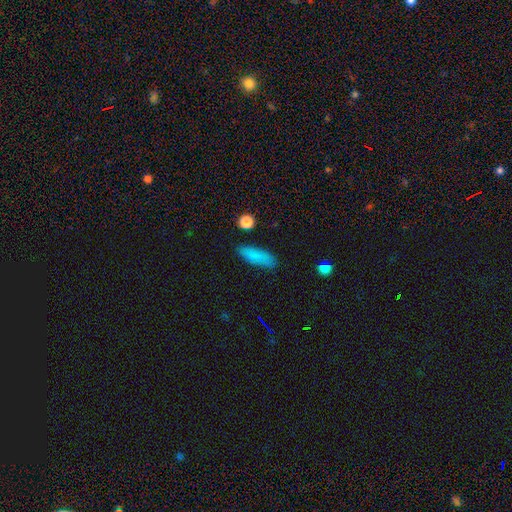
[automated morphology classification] type=smooth (83%); roundness=in between (50%); merging=none (84%).